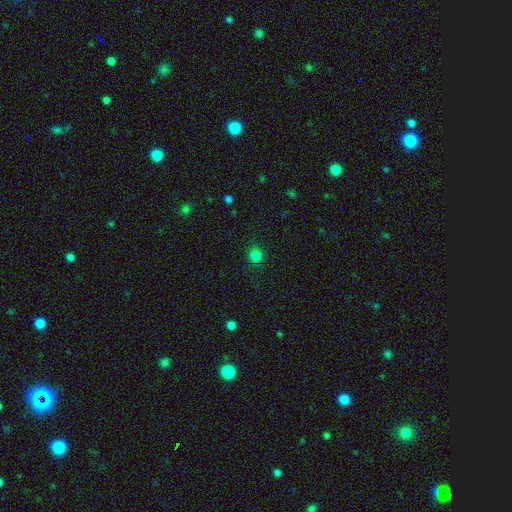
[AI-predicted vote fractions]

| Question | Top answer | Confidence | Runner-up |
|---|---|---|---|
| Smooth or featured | smooth | 81% | star or artifact (15%) |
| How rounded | round | 91% | in between (8%) |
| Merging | none | 90% | minor disturbance (7%) |